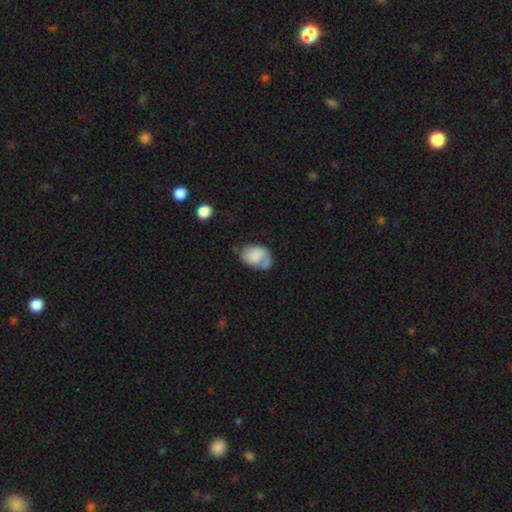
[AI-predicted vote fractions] smooth 59%, featured or disk 33%, star or artifact 8%. Down the decision tree: how rounded — in between (77%); merging — none (41%).